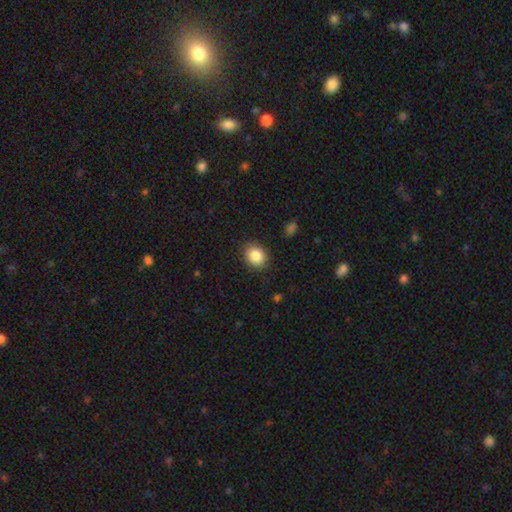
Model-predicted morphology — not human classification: A smooth galaxy with no disk features (87%) that is round (57%). Merging: none (87%).